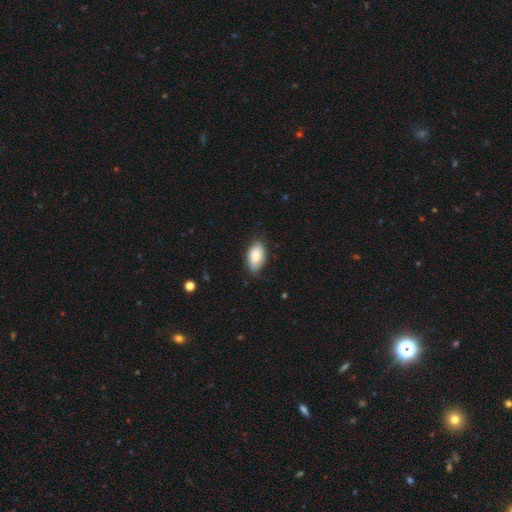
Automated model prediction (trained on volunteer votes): This is clearly a smooth galaxy (80%). How rounded: clearly in between (93%). Merging: likely none (69%).